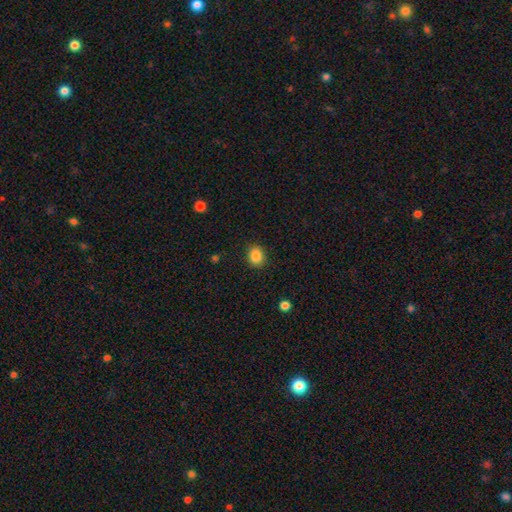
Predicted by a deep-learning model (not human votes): smooth 86%, star or artifact 10%, featured or disk 4%. Down the decision tree: how rounded — round (64%); merging — none (89%).